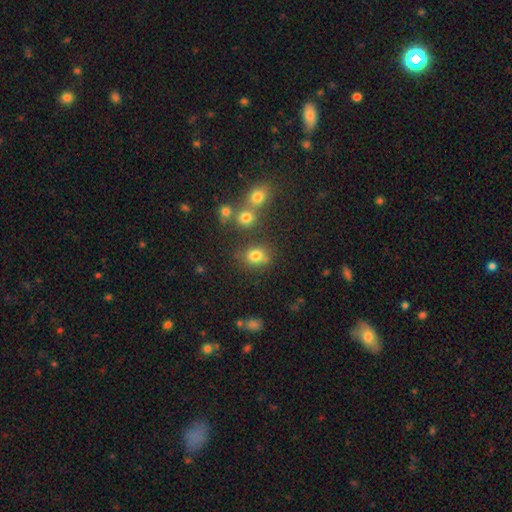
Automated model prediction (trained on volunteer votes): Smooth or featured? smooth (75%)
How rounded? round (60%)
Merging? none (66%)